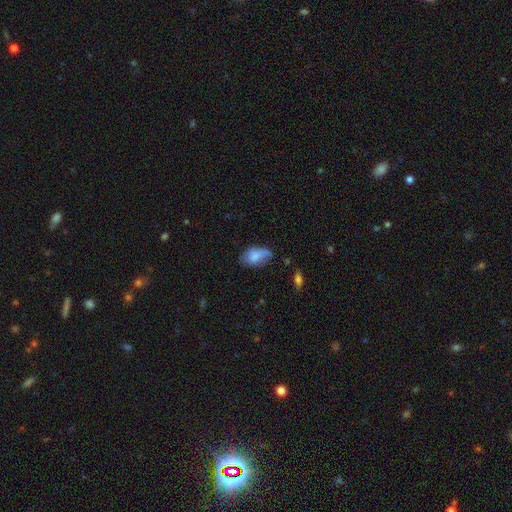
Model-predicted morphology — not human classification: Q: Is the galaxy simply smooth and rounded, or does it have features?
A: smooth — 76%.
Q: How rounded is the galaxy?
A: in between — 92%.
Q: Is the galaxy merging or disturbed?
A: none — 53%.